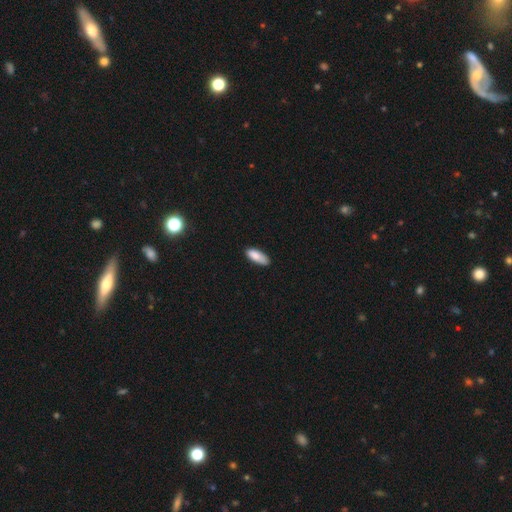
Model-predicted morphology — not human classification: smooth-or-featured: smooth: 86% | featured or disk: 7% | star or artifact: 7%
  how-rounded: in between: 76% | cigar-shaped: 22% | round: 2%
  merging: none: 76% | minor disturbance: 20% | major disturbance: 3% | merger: 2%